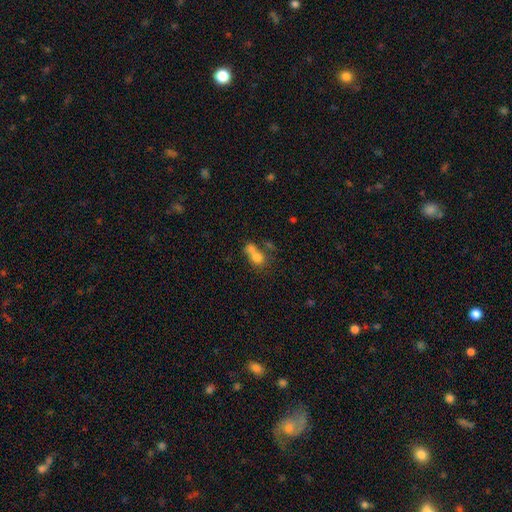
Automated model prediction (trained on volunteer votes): This appears to be a smooth galaxy with no disk features (71%) that is round (60%). Merging: merger (62%).